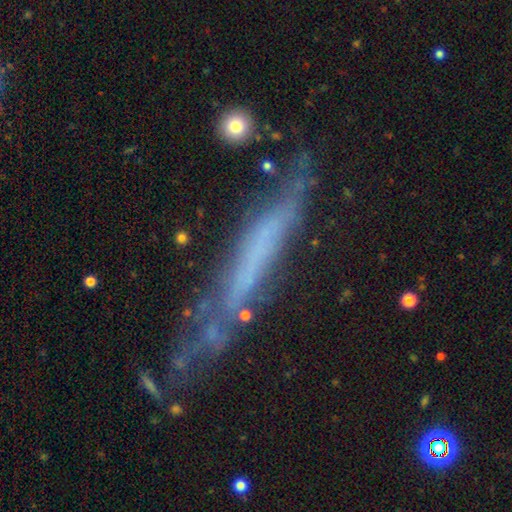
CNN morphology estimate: This is possibly a featured or disk galaxy (59%). It is likely viewed edge-on (77%). Merging: possibly none (59%).